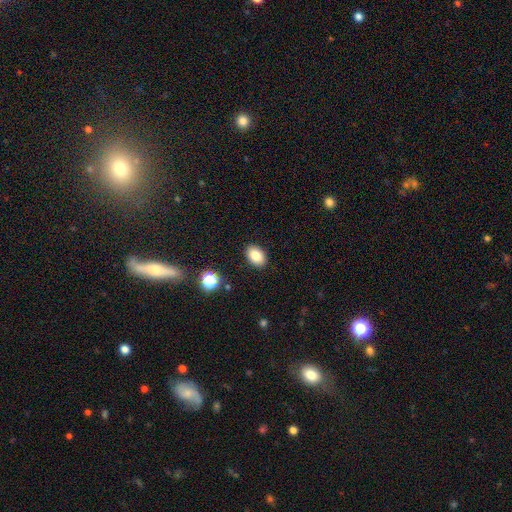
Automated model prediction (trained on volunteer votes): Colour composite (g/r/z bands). It shows a smooth galaxy with no disk features (84%) that is in between round and cigar-shaped (84%). Merging: none (89%).